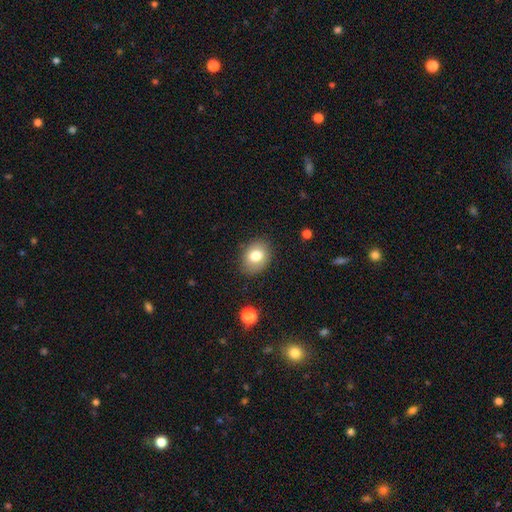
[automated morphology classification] Smooth or featured: smooth — 79% (featured or disk — 12%)
How rounded: in between — 60% (round — 39%)
Merging: none — 82% (minor disturbance — 13%)